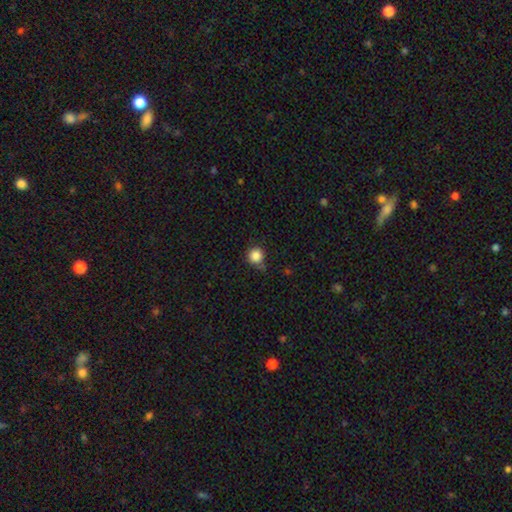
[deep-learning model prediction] Smooth or featured? Predicted: smooth (p=0.86). How rounded? Predicted: round (p=0.94). Merging? Predicted: none (p=0.76).